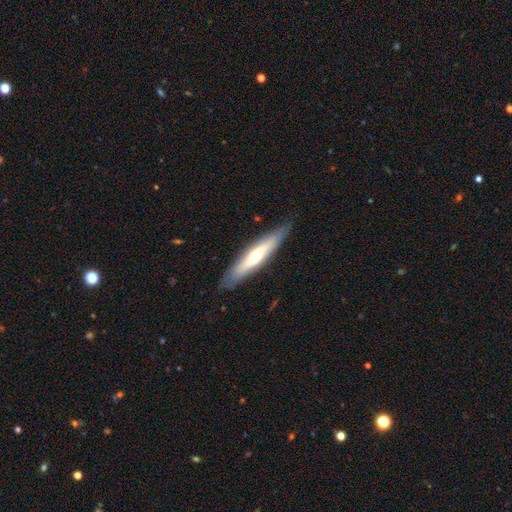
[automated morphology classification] Q: Smooth or featured?
A: featured or disk (51%); runner-up: smooth (43%)
Q: Edge-on disk?
A: yes (82%); runner-up: no (18%)
Q: Merging?
A: none (86%); runner-up: minor disturbance (11%)